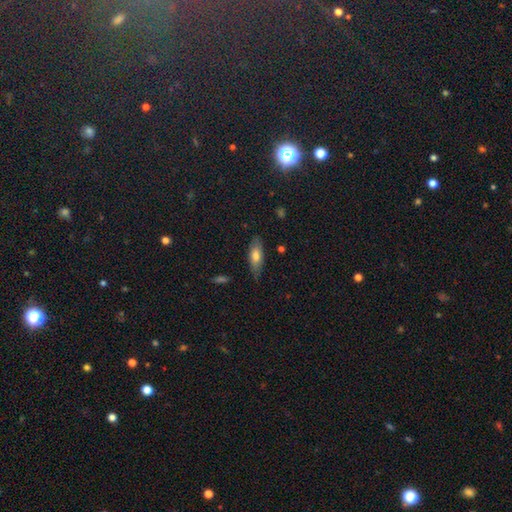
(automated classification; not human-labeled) smooth-or-featured: smooth: 71% | featured or disk: 22% | star or artifact: 7%
  how-rounded: in between: 67% | cigar-shaped: 30% | round: 2%
  merging: none: 79% | minor disturbance: 16% | major disturbance: 3% | merger: 1%